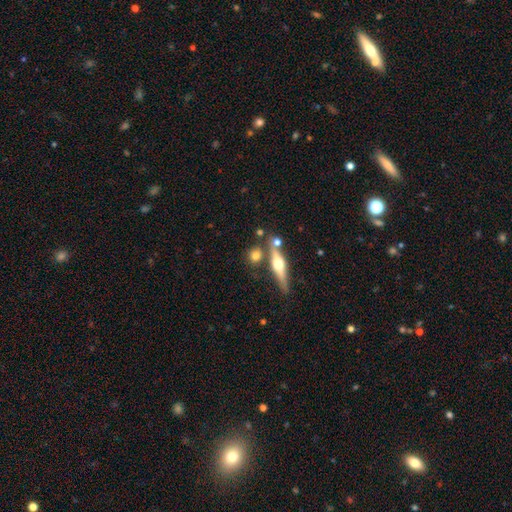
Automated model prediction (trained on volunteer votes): Smooth or featured? smooth (62%)
How rounded? round (60%)
Merging? none (68%)